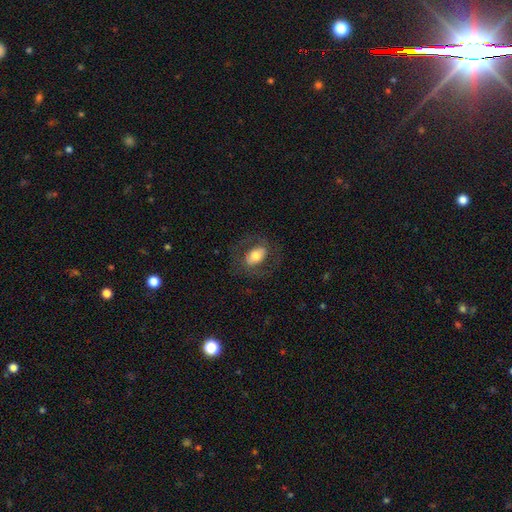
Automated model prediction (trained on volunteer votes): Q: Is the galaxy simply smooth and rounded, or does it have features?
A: smooth — 57%.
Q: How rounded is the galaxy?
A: in between — 85%.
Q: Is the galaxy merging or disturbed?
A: none — 72%.